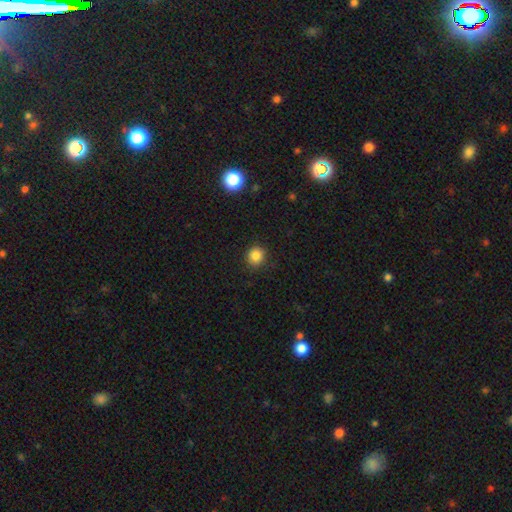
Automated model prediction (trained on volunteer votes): Q: Smooth or featured?
A: smooth (85%); runner-up: star or artifact (11%)
Q: How rounded?
A: round (87%); runner-up: in between (12%)
Q: Merging?
A: none (89%); runner-up: minor disturbance (8%)